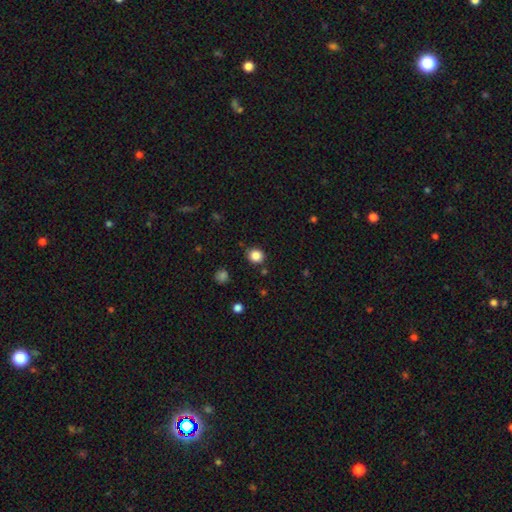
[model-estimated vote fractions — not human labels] This appears to be a smooth galaxy with no disk features (85%) that is round (87%). Merging: none (85%).